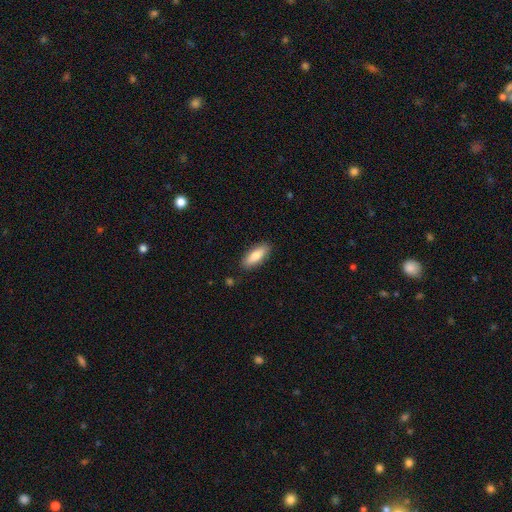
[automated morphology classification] This is likely a smooth galaxy (78%). How rounded: likely in between (68%). Merging: clearly none (87%).